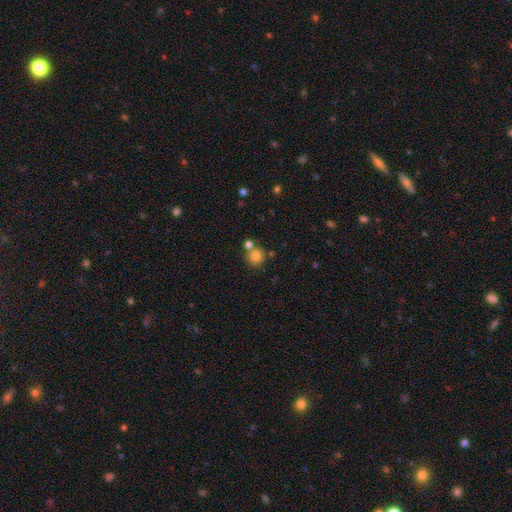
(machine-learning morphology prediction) smooth_or_featured: smooth (p=0.78) [alt: star or artifact p=0.13]
how_rounded: round (p=0.90) [alt: in between p=0.09]
merging: none (p=0.64) [alt: merger p=0.24]